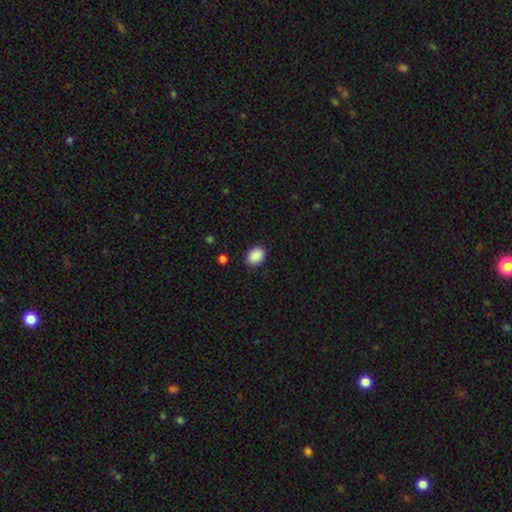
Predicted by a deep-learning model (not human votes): smooth 89%, star or artifact 8%, featured or disk 3%. Down the decision tree: how rounded — in between (68%); merging — none (86%).